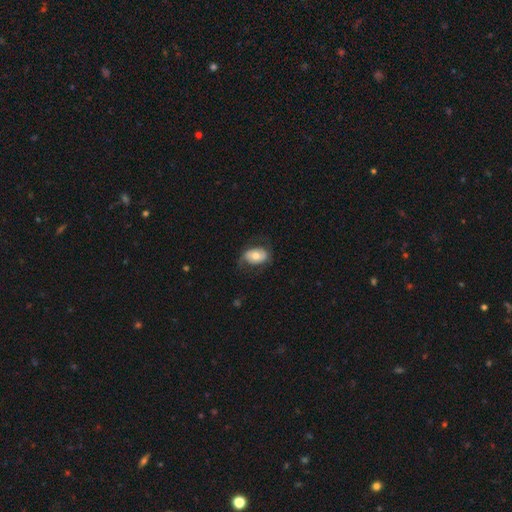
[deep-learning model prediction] Morphology: type=smooth (49%); merging=none (63%).